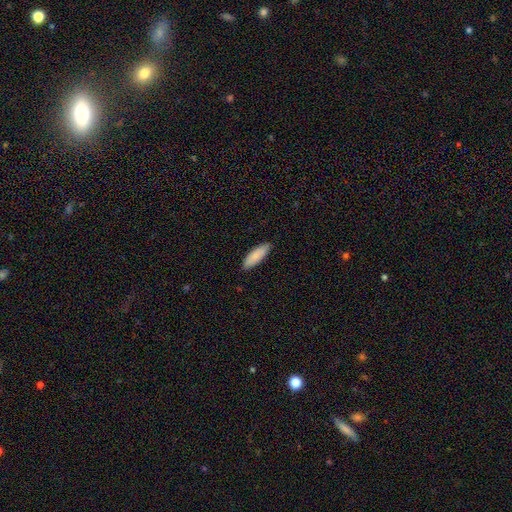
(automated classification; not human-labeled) smooth-or-featured: smooth: 86% | featured or disk: 8% | star or artifact: 6%
  how-rounded: in between: 60% | cigar-shaped: 39% | round: 1%
  merging: none: 86% | minor disturbance: 12% | major disturbance: 2% | merger: 1%